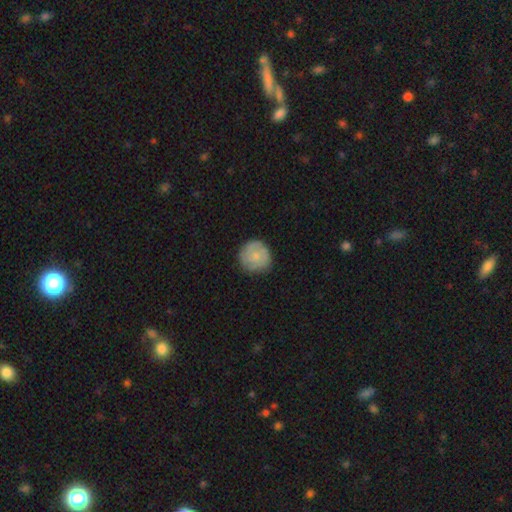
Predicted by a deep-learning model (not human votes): Smooth or featured? Predicted: smooth (p=0.67). How rounded? Predicted: round (p=0.93). Merging? Predicted: none (p=0.81).